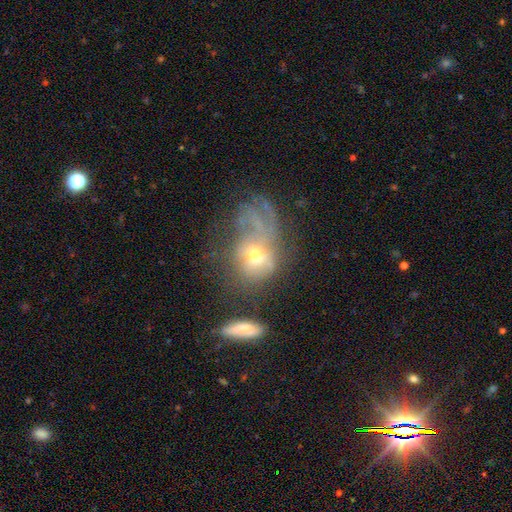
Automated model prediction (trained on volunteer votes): This appears to be a featured or disk galaxy (45%). Merging: major disturbance (50%).